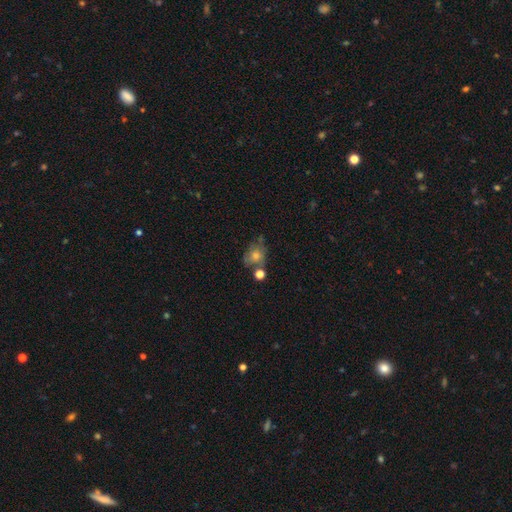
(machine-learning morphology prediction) Smooth or featured? smooth (58%)
How rounded? round (57%)
Merging? none (54%)